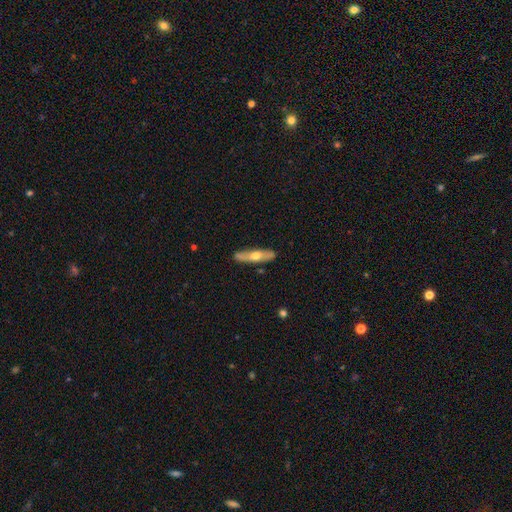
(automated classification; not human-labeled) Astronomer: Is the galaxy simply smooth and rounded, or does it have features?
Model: smooth — 48% (runner-up: featured or disk, 47%).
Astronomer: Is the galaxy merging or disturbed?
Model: none — 85%.